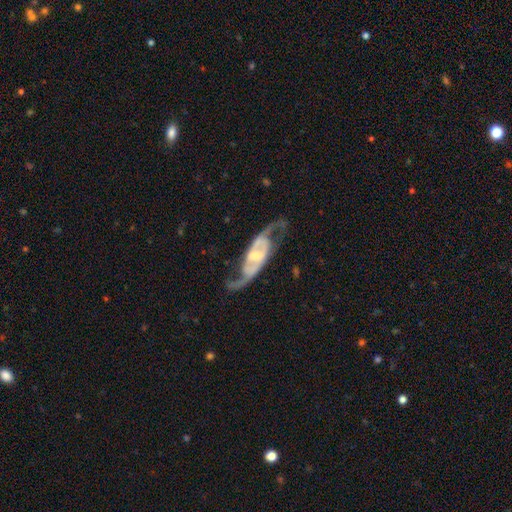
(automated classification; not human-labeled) Smooth or featured? featured or disk (89%)
Edge-on disk? no (92%)
Bar? weak (43%)
Spiral arms? yes (95%)
Spiral winding? medium (47%)
Spiral arm count? 2 (92%)
Bulge size? small (40%)
Merging? none (68%)